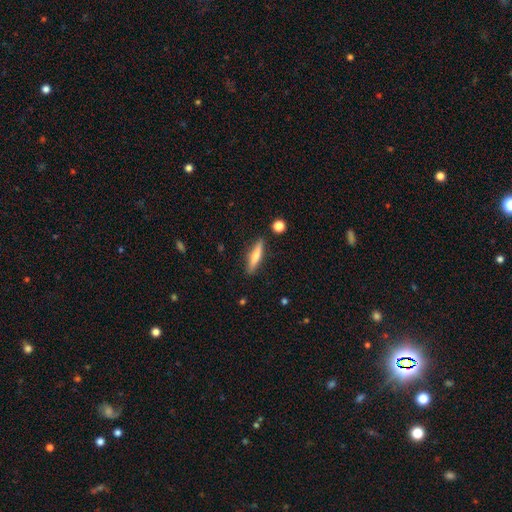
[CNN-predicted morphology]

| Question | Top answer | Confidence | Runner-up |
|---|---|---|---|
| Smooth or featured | smooth | 52% | featured or disk (41%) |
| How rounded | cigar-shaped | 82% | in between (16%) |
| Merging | none | 88% | minor disturbance (8%) |